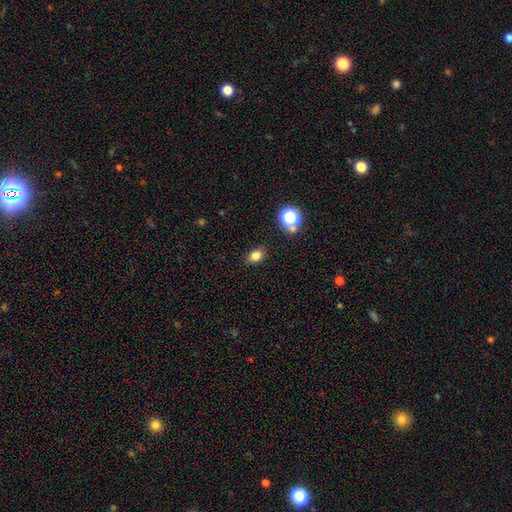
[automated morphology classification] This is likely a smooth galaxy (80%). How rounded: possibly in between (60%). Merging: clearly none (85%).